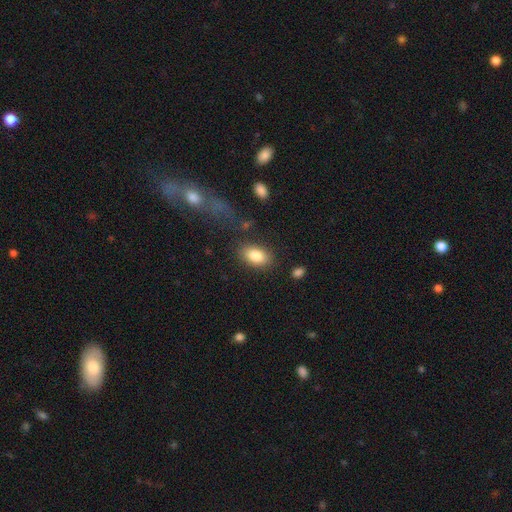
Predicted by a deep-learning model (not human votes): Smooth or featured: smooth — 84% (featured or disk — 8%)
How rounded: in between — 90% (round — 8%)
Merging: none — 82% (minor disturbance — 11%)